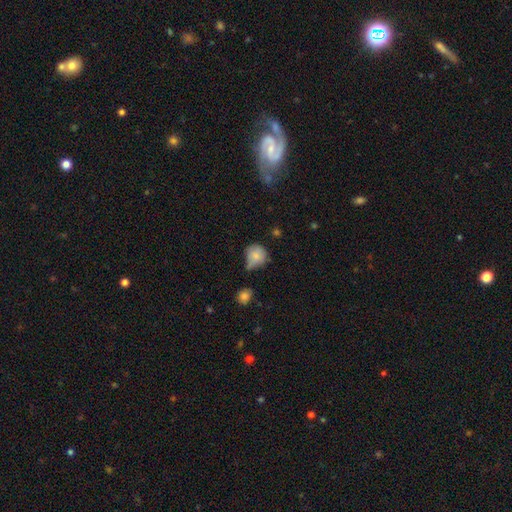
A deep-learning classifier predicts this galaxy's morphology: Q: Smooth or featured?
A: smooth (78%); runner-up: featured or disk (12%)
Q: How rounded?
A: round (81%); runner-up: in between (18%)
Q: Merging?
A: none (44%); runner-up: minor disturbance (36%)